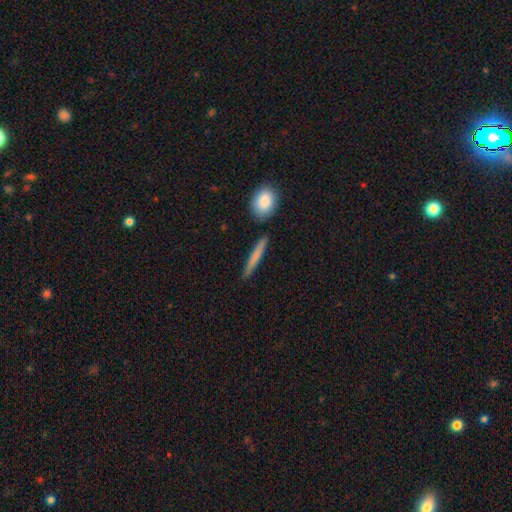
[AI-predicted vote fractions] A smooth galaxy with no disk features (71%) that is cigar-shaped (92%). Merging: none (86%).